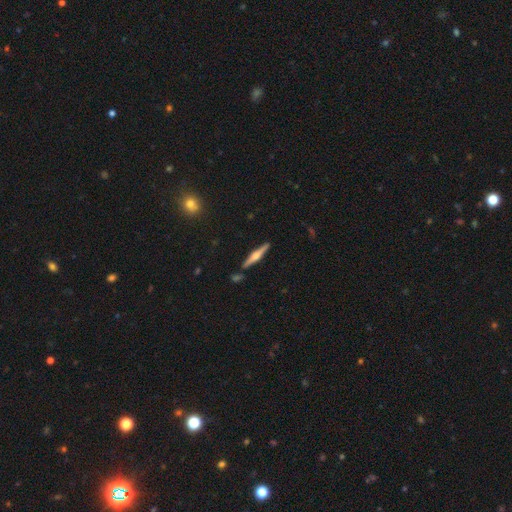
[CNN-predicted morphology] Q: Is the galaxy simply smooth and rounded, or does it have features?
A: featured or disk — 72%.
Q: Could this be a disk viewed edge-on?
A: yes — 98%.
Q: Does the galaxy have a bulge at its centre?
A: rounded — 87%.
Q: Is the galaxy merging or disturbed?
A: none — 87%.